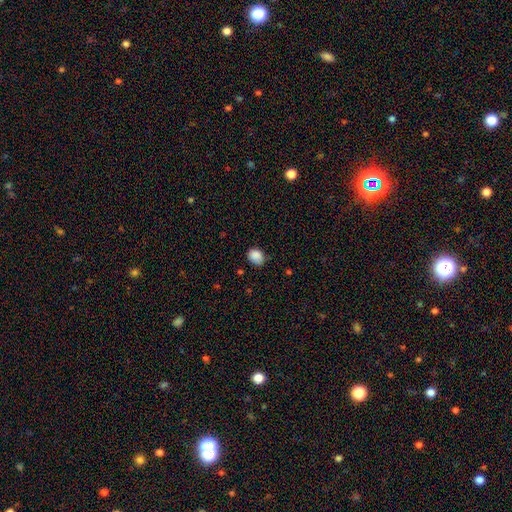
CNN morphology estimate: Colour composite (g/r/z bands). It shows a smooth galaxy with no disk features (88%) that is in between round and cigar-shaped (62%). Merging: none (71%).